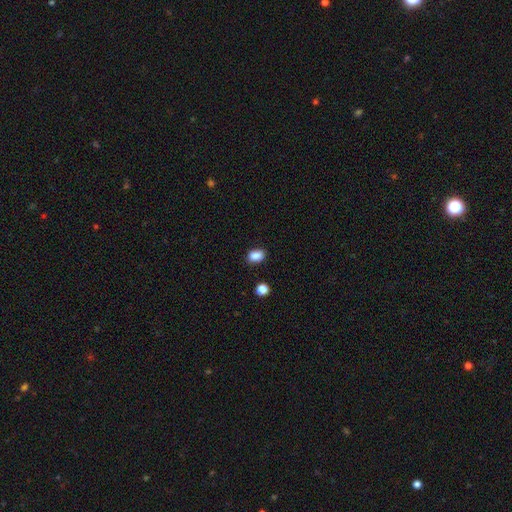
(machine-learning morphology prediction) Smooth or featured?
  - smooth: 87% *
  - star or artifact: 10%
  - featured or disk: 3%
How rounded?
  - in between: 75% *
  - round: 24%
  - cigar-shaped: 1%
Merging?
  - none: 86% *
  - minor disturbance: 10%
  - major disturbance: 2%
  - merger: 2%